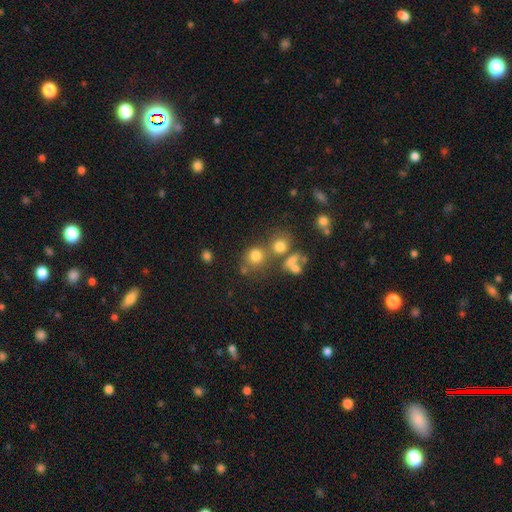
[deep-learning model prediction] Q: Smooth or featured?
A: smooth (74%); runner-up: star or artifact (16%)
Q: How rounded?
A: round (82%); runner-up: in between (17%)
Q: Merging?
A: none (55%); runner-up: merger (29%)